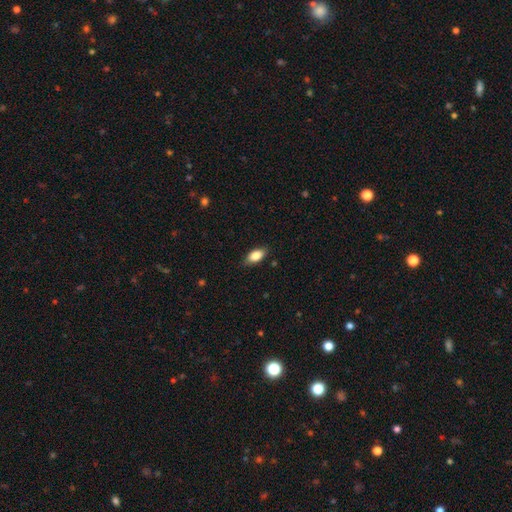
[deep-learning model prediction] Q: Smooth or featured?
A: smooth (84%); runner-up: featured or disk (9%)
Q: How rounded?
A: in between (90%); runner-up: cigar-shaped (6%)
Q: Merging?
A: none (83%); runner-up: minor disturbance (13%)